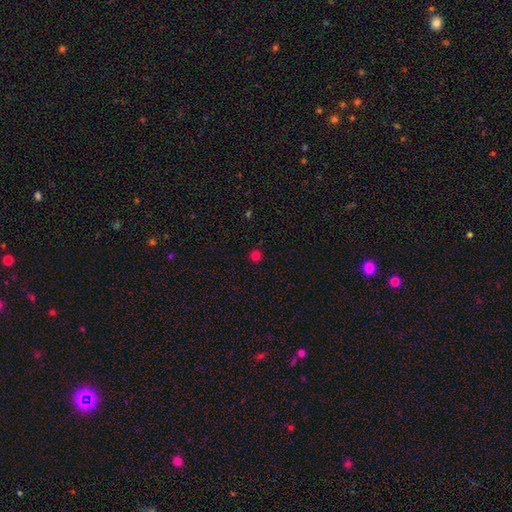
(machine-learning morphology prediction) The model was most divided on "smooth or featured": smooth: 78%, star or artifact: 18%, featured or disk: 4%. More confident: how rounded — round (95%); merging — none (92%).